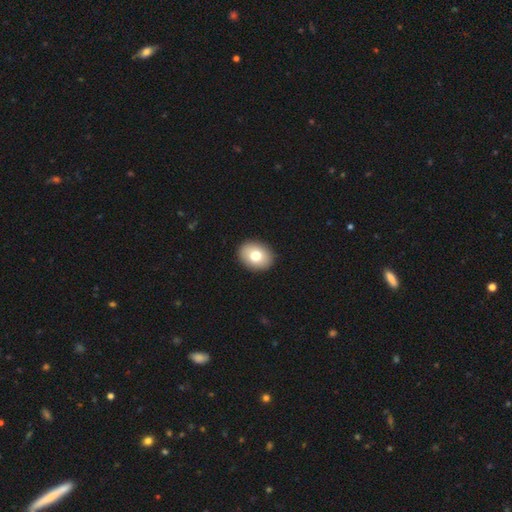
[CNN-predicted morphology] smooth_or_featured: smooth (p=0.77) [alt: featured or disk p=0.15]
how_rounded: in between (p=0.60) [alt: round p=0.39]
merging: none (p=0.92) [alt: minor disturbance p=0.06]